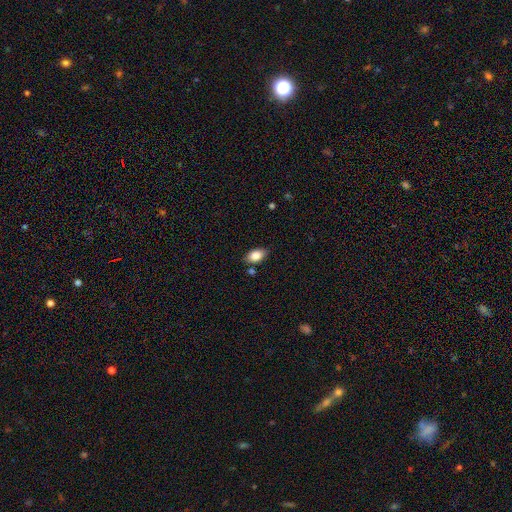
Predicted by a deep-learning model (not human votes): Morphology: type=smooth (83%); roundness=in between (89%); merging=none (81%).